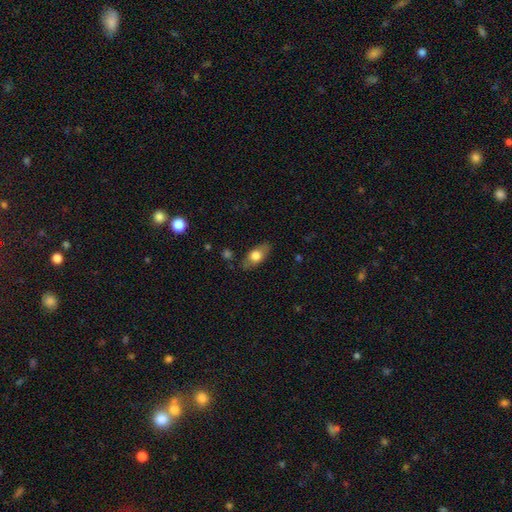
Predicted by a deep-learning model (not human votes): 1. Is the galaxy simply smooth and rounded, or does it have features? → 68% smooth, 26% featured or disk, 7% star or artifact.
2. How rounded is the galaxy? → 82% in between, 11% cigar-shaped, 6% round.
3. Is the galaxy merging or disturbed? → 80% none, 15% minor disturbance, 4% major disturbance, 2% merger.